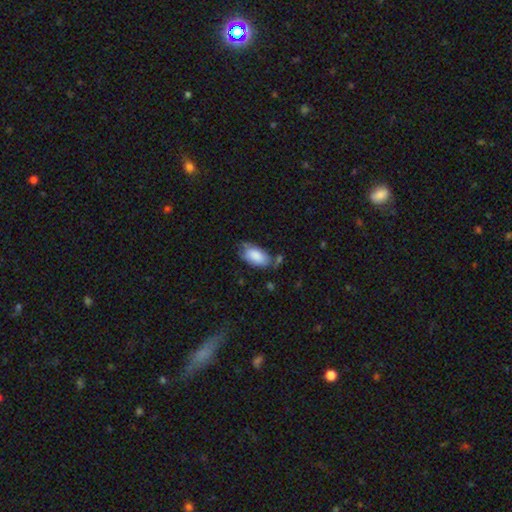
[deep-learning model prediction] smooth 84%, featured or disk 10%, star or artifact 6%. Down the decision tree: how rounded — in between (94%); merging — none (53%).